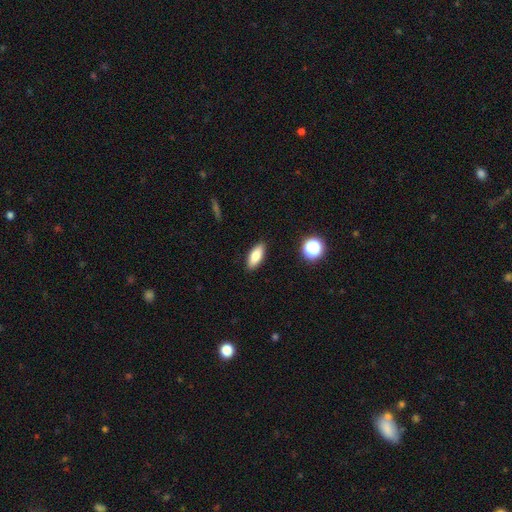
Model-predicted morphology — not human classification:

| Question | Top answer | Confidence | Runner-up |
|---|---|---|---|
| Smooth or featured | smooth | 79% | featured or disk (13%) |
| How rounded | in between | 78% | cigar-shaped (19%) |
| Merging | none | 89% | minor disturbance (8%) |